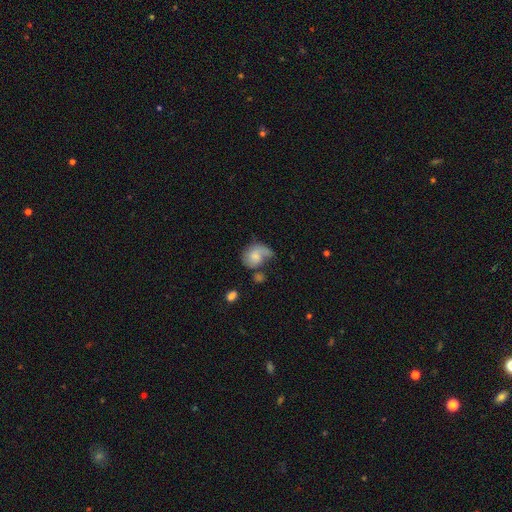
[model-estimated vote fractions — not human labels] Smooth or featured?
  - smooth: 52% *
  - featured or disk: 39%
  - star or artifact: 8%
How rounded?
  - in between: 52% *
  - round: 47%
  - cigar-shaped: 1%
Merging?
  - none: 32% *
  - major disturbance: 29%
  - minor disturbance: 27%
  - merger: 12%